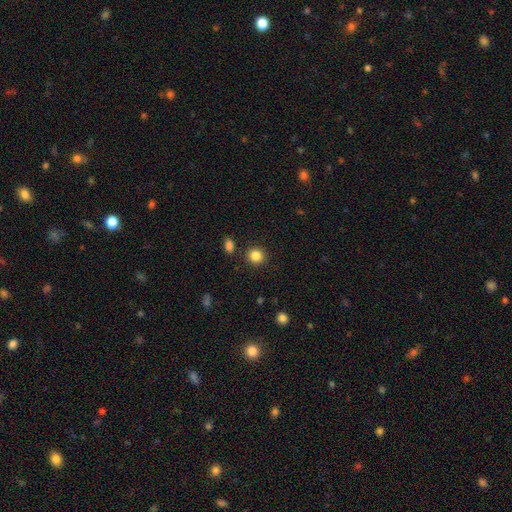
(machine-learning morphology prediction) Smooth or featured? Predicted: smooth (p=0.86). How rounded? Predicted: round (p=0.88). Merging? Predicted: none (p=0.88).